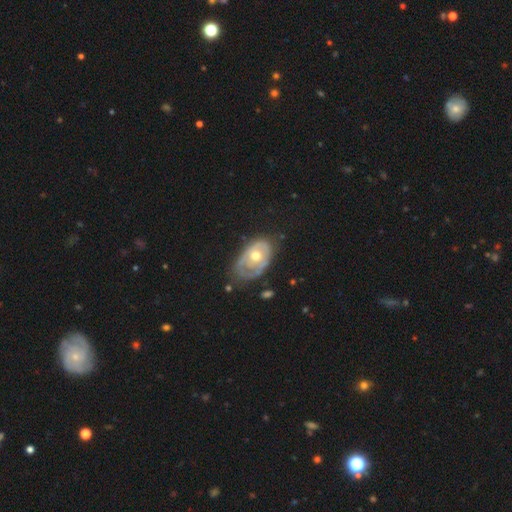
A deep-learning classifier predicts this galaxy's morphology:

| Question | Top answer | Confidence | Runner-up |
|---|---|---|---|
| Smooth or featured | featured or disk | 66% | smooth (28%) |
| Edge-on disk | no | 94% | yes (6%) |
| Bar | no | 86% | weak (11%) |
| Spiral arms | no | 52% | yes (48%) |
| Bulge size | moderate | 74% | small (17%) |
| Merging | none | 45% | minor disturbance (33%) |